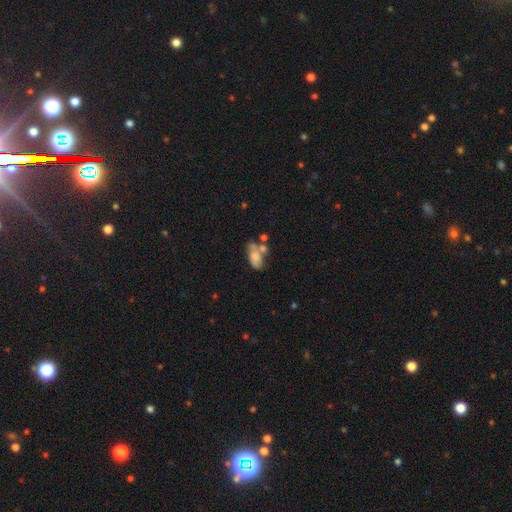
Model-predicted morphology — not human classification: A smooth galaxy with no disk features (65%) that is in between round and cigar-shaped (89%).

Vote fractions:
- Smooth or featured? smooth: 65% / featured or disk: 25% / star or artifact: 10%
- How rounded? in between: 89% / round: 7% / cigar-shaped: 5%
- Merging? merger: 34% / none: 30% / minor disturbance: 21% / major disturbance: 15%